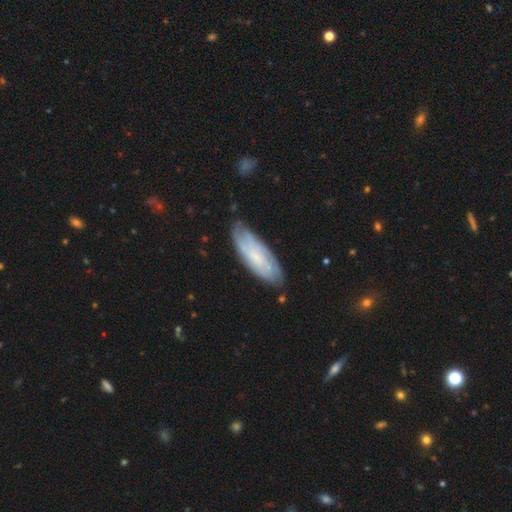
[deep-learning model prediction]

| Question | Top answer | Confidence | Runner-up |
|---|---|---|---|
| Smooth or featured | featured or disk | 54% | smooth (39%) |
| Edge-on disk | no | 82% | yes (18%) |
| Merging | none | 73% | minor disturbance (21%) |